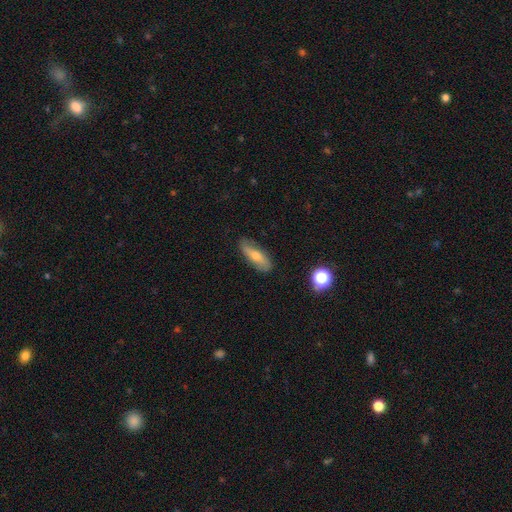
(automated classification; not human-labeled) Overall: smooth (47%; featured or disk 44%). Merging: none (79%).